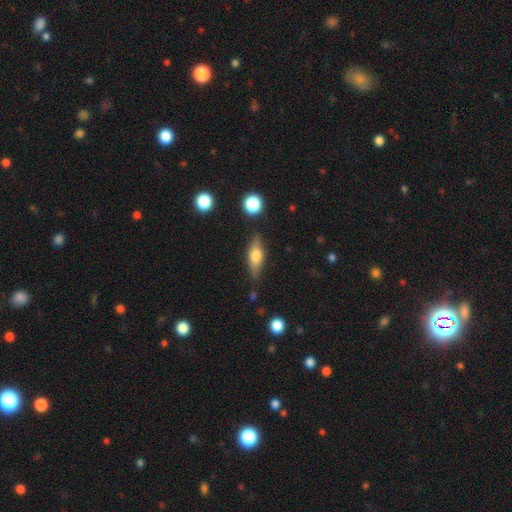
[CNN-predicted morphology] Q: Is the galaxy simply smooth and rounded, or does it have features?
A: smooth — 51%.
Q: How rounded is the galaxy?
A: in between — 57%.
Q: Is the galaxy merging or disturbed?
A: none — 79%.